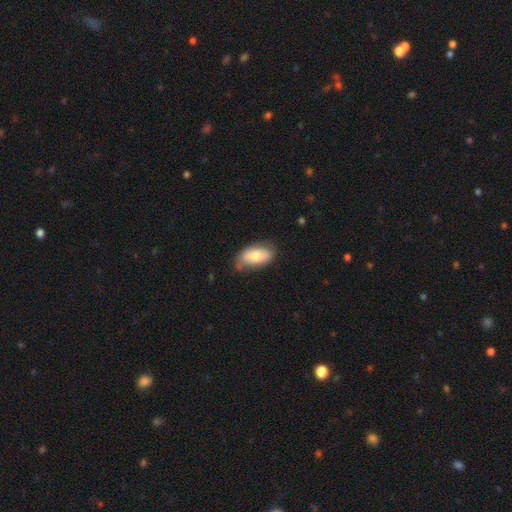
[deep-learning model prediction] smooth-or-featured: smooth: 73% | featured or disk: 21% | star or artifact: 6%
  how-rounded: in between: 93% | round: 4% | cigar-shaped: 3%
  merging: none: 62% | minor disturbance: 28% | major disturbance: 6% | merger: 3%